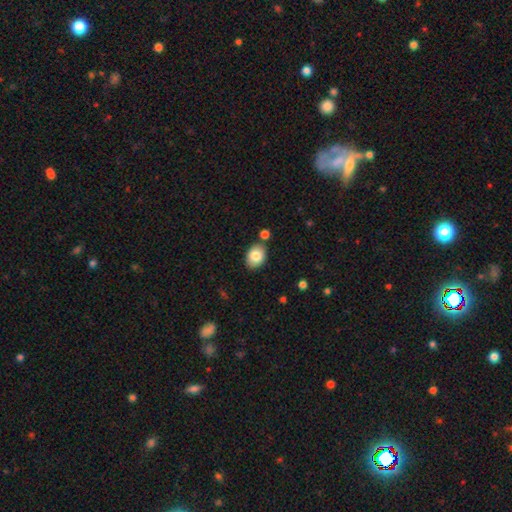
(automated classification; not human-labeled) A smooth galaxy with no disk features (83%) that is in between round and cigar-shaped (75%).

Vote fractions:
- Smooth or featured? smooth: 83% / featured or disk: 10% / star or artifact: 8%
- How rounded? in between: 75% / round: 24% / cigar-shaped: 1%
- Merging? none: 80% / minor disturbance: 11% / merger: 7% / major disturbance: 2%